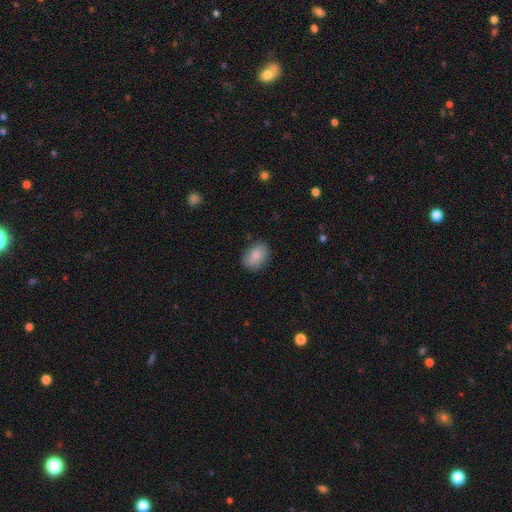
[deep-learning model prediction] A smooth galaxy with no disk features (85%) that is in between round and cigar-shaped (74%). Merging: none (83%).